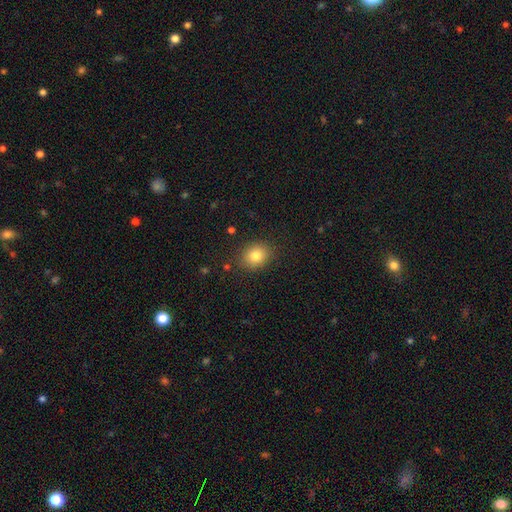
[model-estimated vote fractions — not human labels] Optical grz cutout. It shows a smooth galaxy with no disk features (82%) that is round (62%). Merging: none (86%).